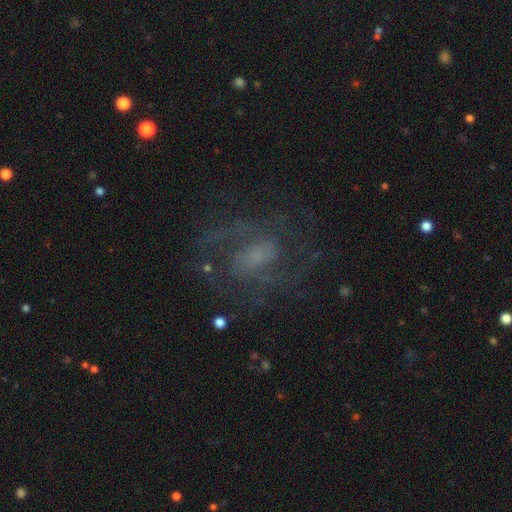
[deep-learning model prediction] The model was most divided on "bulge size": small: 32%, none: 30%, moderate: 28%, large: 9%, dominant: 2%. Remaining: edge-on disk — no (97%); spiral arms — yes (86%); smooth or featured — featured or disk (73%); merging — none (67%); spiral arm count — 2 (53%); spiral winding — medium (50%); bar — weak (46%).